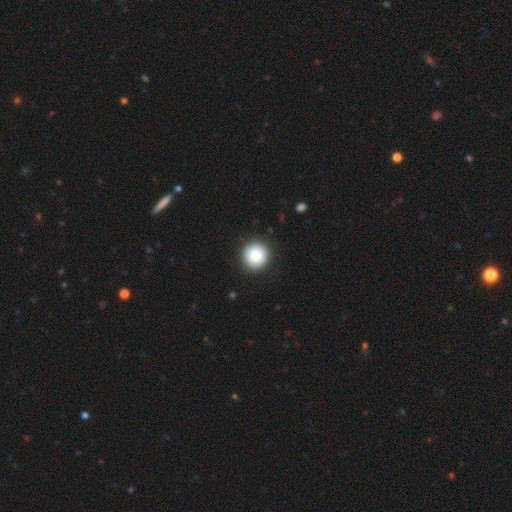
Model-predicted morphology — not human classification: Smooth or featured? smooth (82%)
How rounded? round (95%)
Merging? none (91%)